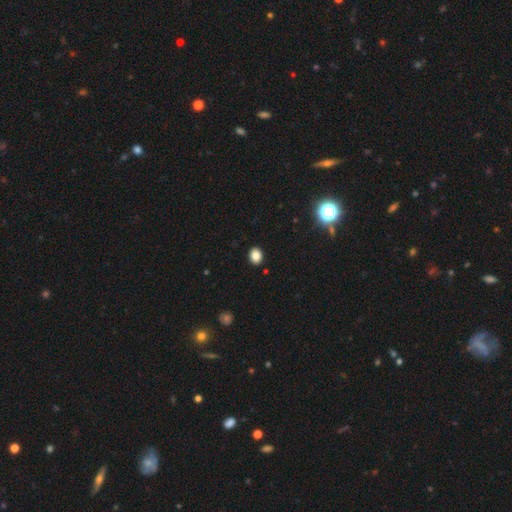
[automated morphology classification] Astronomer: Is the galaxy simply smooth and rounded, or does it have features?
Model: smooth — 84%.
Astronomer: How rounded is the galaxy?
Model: in between — 52% (runner-up: round, 47%).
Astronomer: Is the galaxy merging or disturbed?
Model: none — 91%.